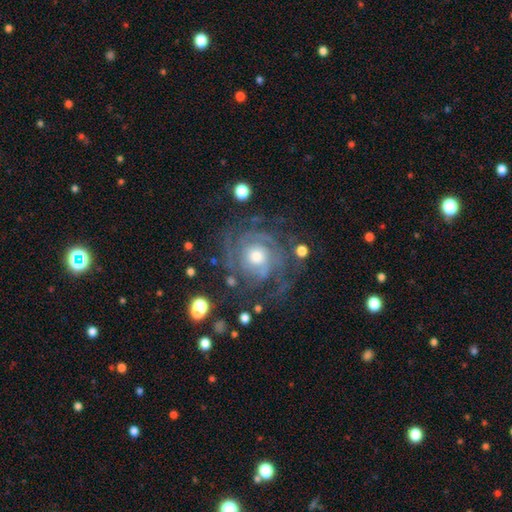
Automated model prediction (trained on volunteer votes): smooth_or_featured: featured or disk (p=0.84) [alt: smooth p=0.09]
disk_edge_on: no (p=0.97) [alt: yes p=0.03]
bar: no (p=0.80) [alt: weak p=0.17]
has_spiral_arms: yes (p=0.94) [alt: no p=0.06]
spiral_winding: tight (p=0.68) [alt: medium p=0.26]
spiral_arm_count: can't tell (p=0.35) [alt: 3 p=0.21]
bulge_size: moderate (p=0.65) [alt: small p=0.17]
merging: none (p=0.69) [alt: minor disturbance p=0.16]